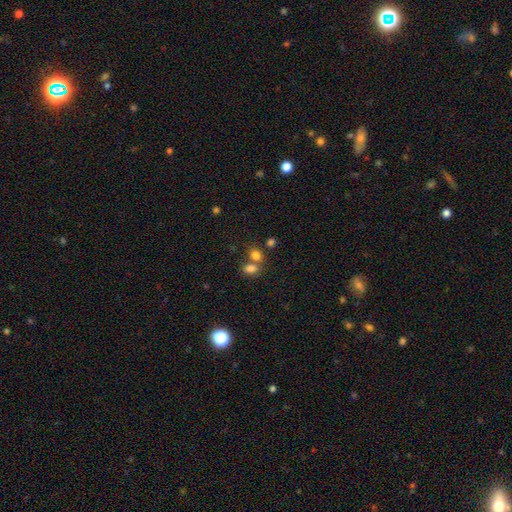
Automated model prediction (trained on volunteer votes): smooth_or_featured: smooth (p=0.79) [alt: star or artifact p=0.13]
how_rounded: in between (p=0.65) [alt: round p=0.33]
merging: merger (p=0.43) [tied with: none p=0.43]